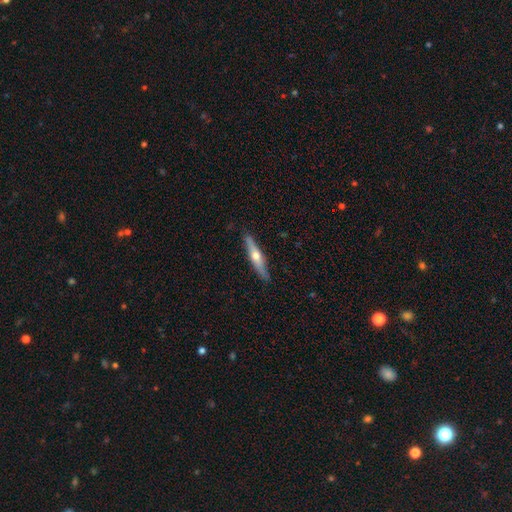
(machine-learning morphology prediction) smooth_or_featured: featured or disk (p=0.53) [alt: smooth p=0.42]
disk_edge_on: yes (p=0.92) [alt: no p=0.08]
merging: none (p=0.88) [alt: minor disturbance p=0.10]